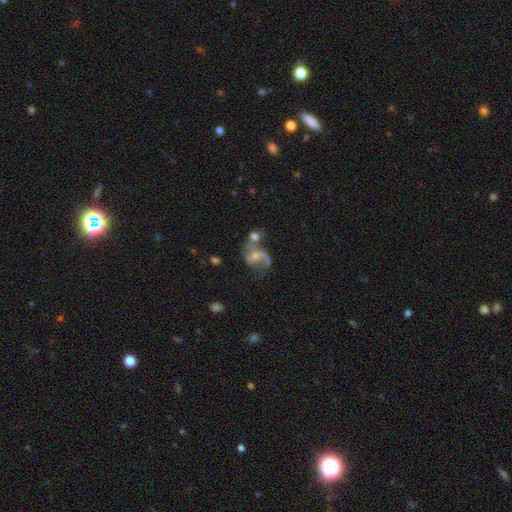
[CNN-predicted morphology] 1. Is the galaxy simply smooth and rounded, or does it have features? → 69% featured or disk, 19% smooth, 13% star or artifact.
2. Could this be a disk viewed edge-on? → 97% no, 3% yes.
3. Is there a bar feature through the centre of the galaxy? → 55% no, 34% weak, 11% strong.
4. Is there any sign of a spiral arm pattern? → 82% yes, 18% no.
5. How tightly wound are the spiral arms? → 53% loose, 36% medium, 11% tight.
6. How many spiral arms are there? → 63% 2, 22% 1, 10% can't tell, 3% 3, 1% 4, 1% more than 4.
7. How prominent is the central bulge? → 51% small, 39% moderate, 6% none, 2% large, 1% dominant.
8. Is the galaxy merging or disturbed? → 34% none, 30% merger, 20% major disturbance, 16% minor disturbance.